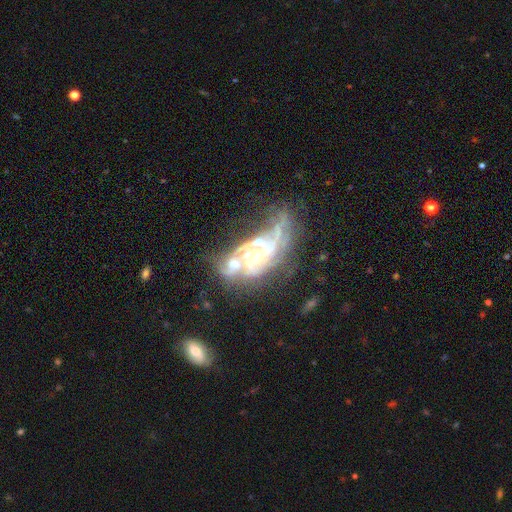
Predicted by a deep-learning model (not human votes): Smooth or featured? featured or disk (81%)
Edge-on disk? no (95%)
Bar? no (74%)
Spiral arms? yes (76%)
Spiral winding? tight (46%)
Spiral arm count? can't tell (38%)
Bulge size? moderate (65%)
Merging? merger (41%)